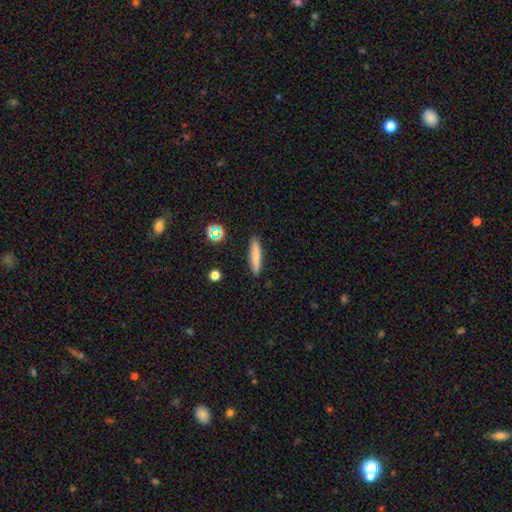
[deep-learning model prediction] A smooth galaxy with no disk features (77%) that is cigar-shaped (89%).

Vote fractions:
- Smooth or featured? smooth: 77% / featured or disk: 14% / star or artifact: 9%
- How rounded? cigar-shaped: 89% / in between: 9% / round: 2%
- Merging? none: 89% / minor disturbance: 8% / major disturbance: 2% / merger: 2%